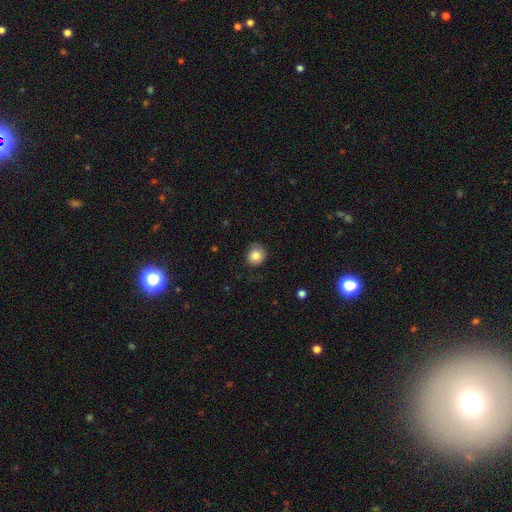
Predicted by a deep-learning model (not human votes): Morphology: type=smooth (83%); roundness=round (82%); merging=none (75%).